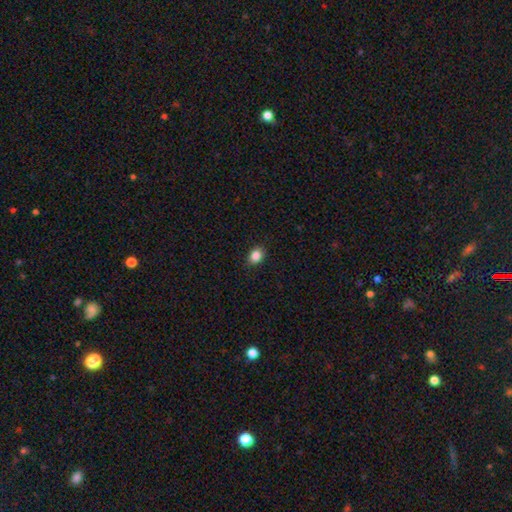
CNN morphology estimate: Smooth or featured? Predicted: smooth (p=0.86). How rounded? Predicted: in between (p=0.64). Merging? Predicted: none (p=0.89).